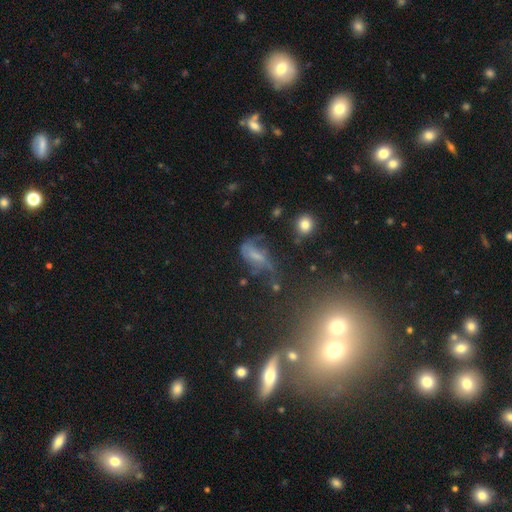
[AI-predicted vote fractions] Overall: featured or disk (47%; smooth 32%). Merging: major disturbance (38%; none 31%).